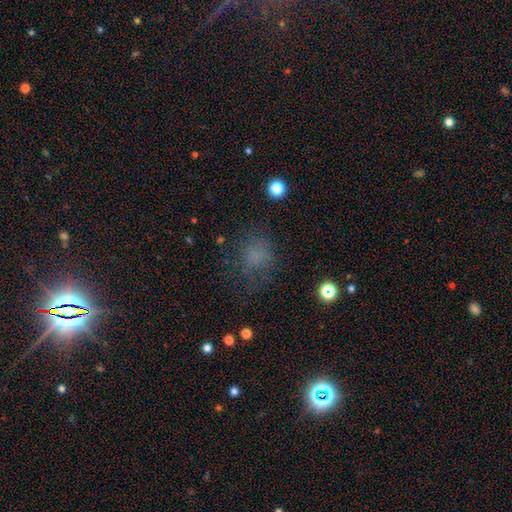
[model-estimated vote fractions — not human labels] smooth_or_featured: smooth (p=0.66) [alt: star or artifact p=0.21]
how_rounded: round (p=0.68) [alt: in between p=0.31]
merging: none (p=0.63) [alt: minor disturbance p=0.19]